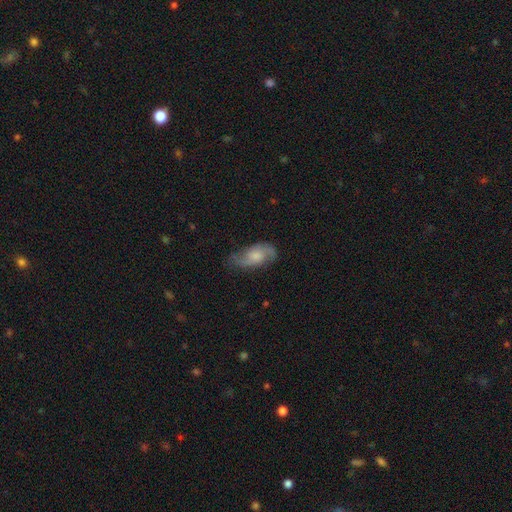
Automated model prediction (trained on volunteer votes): smooth-or-featured: featured or disk: 59% | smooth: 34% | star or artifact: 7%
  disk-edge-on: no: 92% | yes: 8%
    bar: no: 66% | weak: 30% | strong: 4%
    has-spiral-arms: yes: 89% | no: 11%
    bulge-size: moderate: 38% | small: 27% | none: 17% | large: 16% | dominant: 2%
  merging: none: 64% | minor disturbance: 25% | major disturbance: 9% | merger: 2%